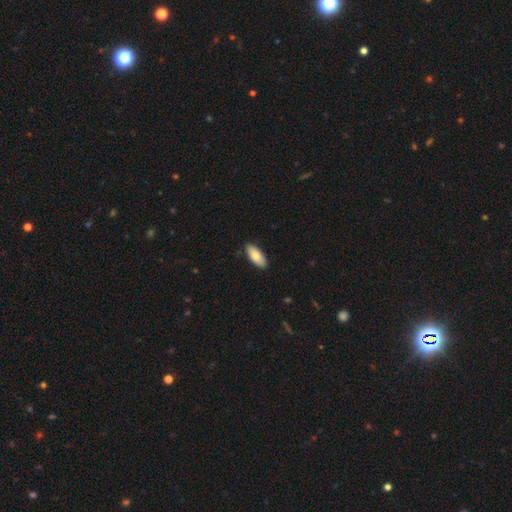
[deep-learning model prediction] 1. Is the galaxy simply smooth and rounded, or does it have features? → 79% smooth, 15% featured or disk, 6% star or artifact.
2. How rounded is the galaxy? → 83% in between, 15% cigar-shaped, 2% round.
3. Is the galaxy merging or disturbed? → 88% none, 9% minor disturbance, 2% major disturbance, 1% merger.